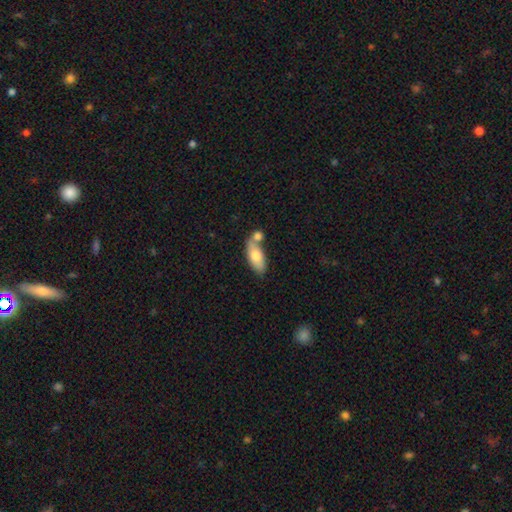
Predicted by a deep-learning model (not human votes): Smooth or featured? Predicted: smooth (p=0.73). How rounded? Predicted: in between (p=0.87). Merging? Predicted: merger (p=0.44).